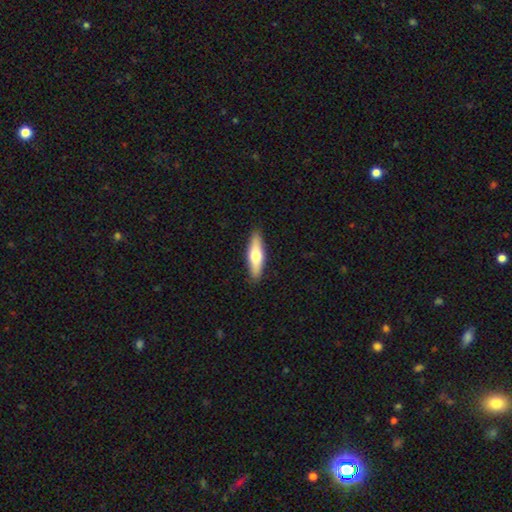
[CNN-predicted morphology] Smooth or featured?
  - smooth: 58% *
  - featured or disk: 37%
  - star or artifact: 5%
How rounded?
  - cigar-shaped: 64% *
  - in between: 34%
  - round: 2%
Merging?
  - none: 90% *
  - minor disturbance: 8%
  - major disturbance: 2%
  - merger: 1%